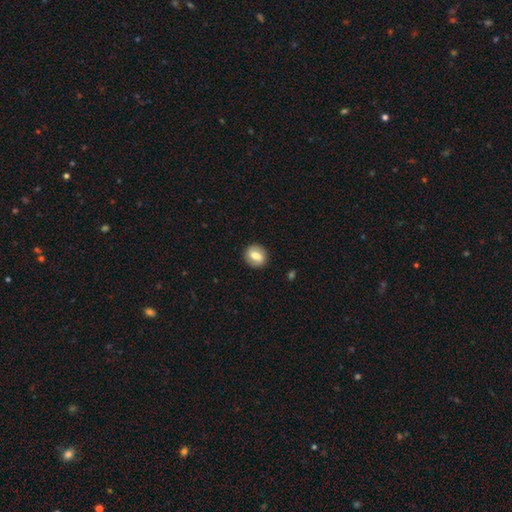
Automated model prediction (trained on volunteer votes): Morphology: type=smooth (63%); roundness=round (66%); merging=none (88%).